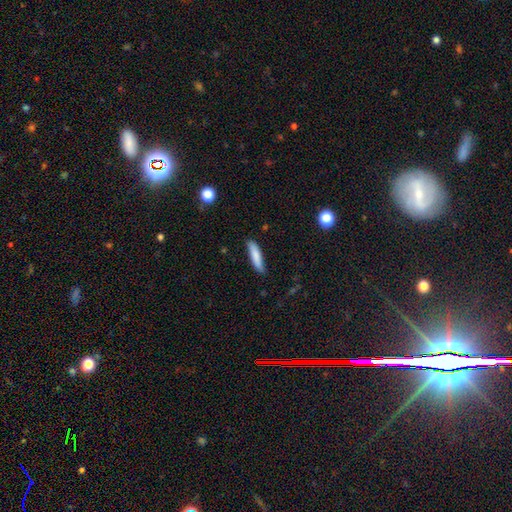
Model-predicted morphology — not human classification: smooth_or_featured: smooth (p=0.83) [alt: featured or disk p=0.11]
how_rounded: cigar-shaped (p=0.79) [alt: in between p=0.19]
merging: none (p=0.81) [alt: minor disturbance p=0.16]